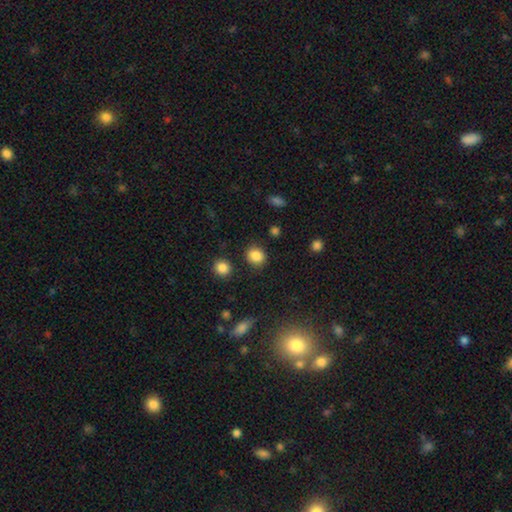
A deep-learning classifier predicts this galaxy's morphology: Smooth or featured: smooth — 86% (star or artifact — 10%)
How rounded: round — 70% (in between — 29%)
Merging: none — 85% (minor disturbance — 9%)